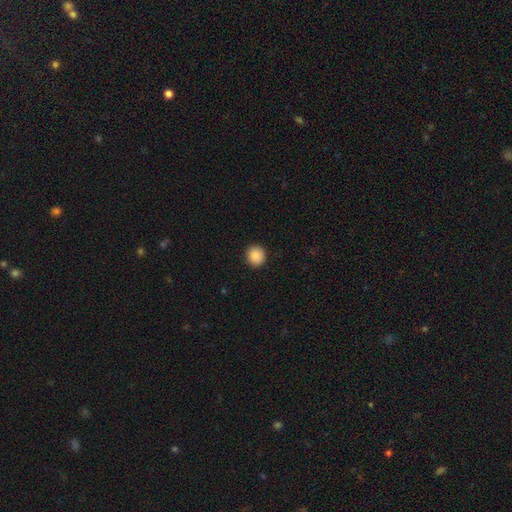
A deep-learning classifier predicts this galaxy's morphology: The model was most divided on "smooth or featured": smooth: 89%, star or artifact: 8%, featured or disk: 3%. More confident: merging — none (92%); how rounded — round (90%).